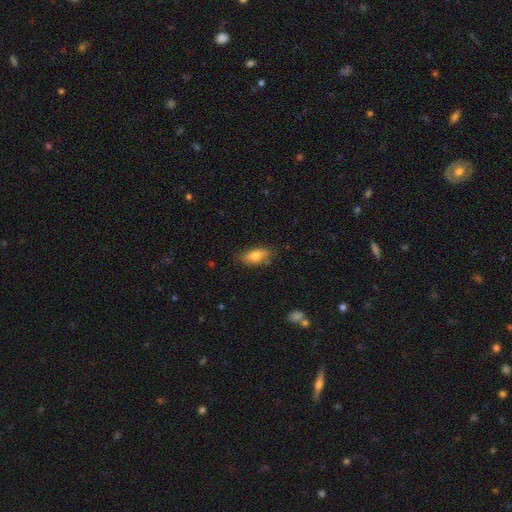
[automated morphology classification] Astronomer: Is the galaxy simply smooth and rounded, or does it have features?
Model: smooth — 73%.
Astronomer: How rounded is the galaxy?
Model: in between — 80%.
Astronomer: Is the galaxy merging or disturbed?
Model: none — 75%.